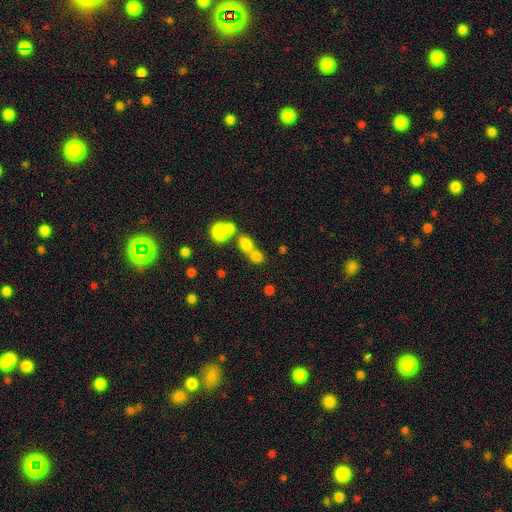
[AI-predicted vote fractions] A smooth galaxy with no disk features (73%) that is round (79%). Merging: merger (47%).